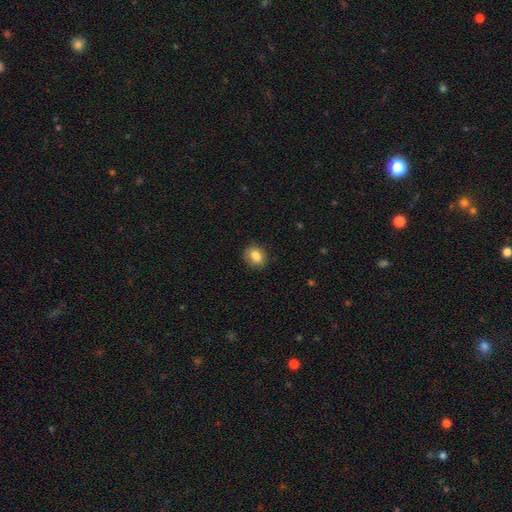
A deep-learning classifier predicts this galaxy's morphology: smooth_or_featured: smooth (p=0.84) [alt: star or artifact p=0.09]
how_rounded: round (p=0.52) [alt: in between p=0.47]
merging: none (p=0.86) [alt: minor disturbance p=0.11]